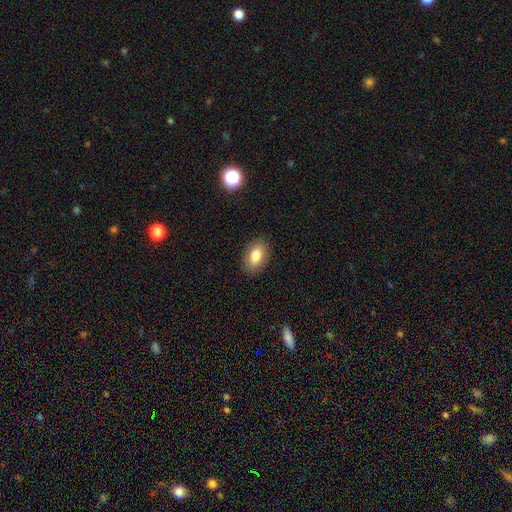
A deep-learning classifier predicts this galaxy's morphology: Smooth or featured? Predicted: smooth (p=0.81). How rounded? Predicted: in between (p=0.90). Merging? Predicted: none (p=0.87).